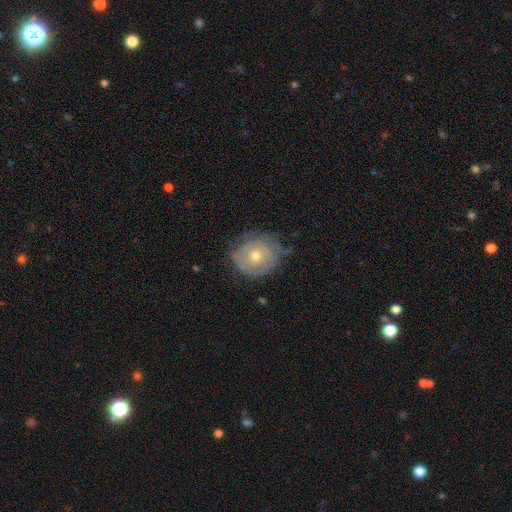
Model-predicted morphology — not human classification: Q: Smooth or featured?
A: featured or disk (60%); runner-up: smooth (33%)
Q: Edge-on disk?
A: no (96%); runner-up: yes (4%)
Q: Bar?
A: no (84%); runner-up: weak (13%)
Q: Spiral arms?
A: yes (57%); runner-up: no (43%)
Q: Bulge size?
A: moderate (66%); runner-up: small (30%)
Q: Merging?
A: none (65%); runner-up: minor disturbance (26%)